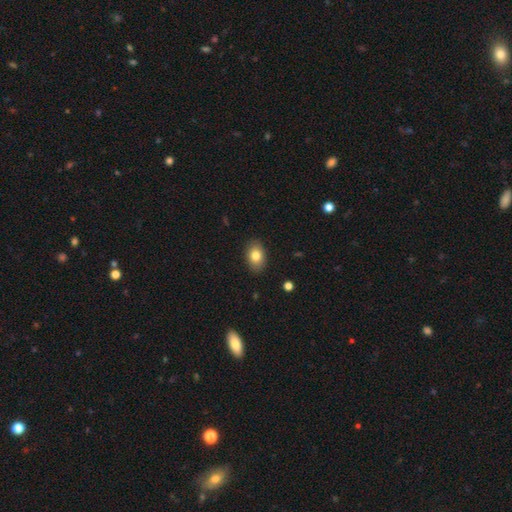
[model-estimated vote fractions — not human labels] Overall: smooth (81%). How rounded: in between (83%). Merging: none (88%).